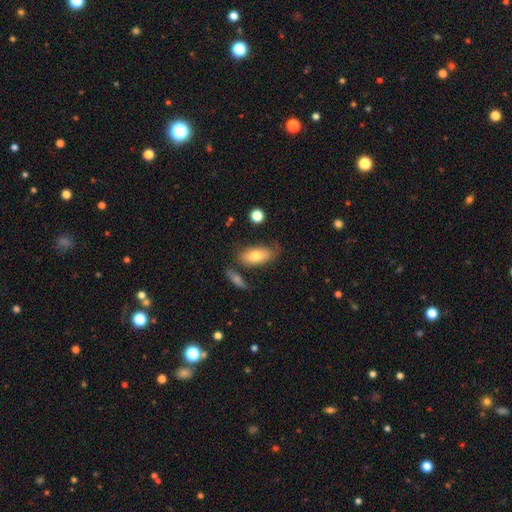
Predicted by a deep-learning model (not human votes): smooth 72%, featured or disk 21%, star or artifact 7%. Down the decision tree: how rounded — in between (87%); merging — none (64%).